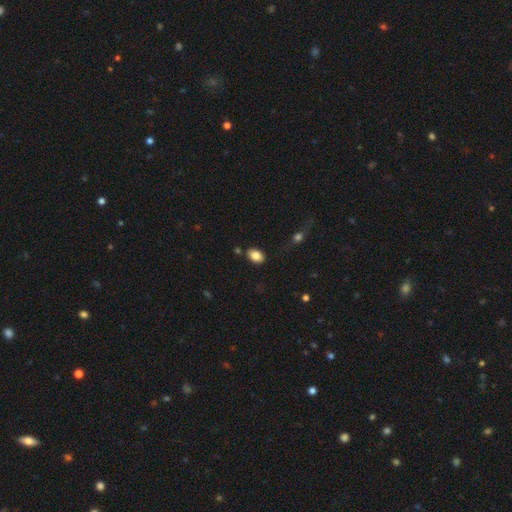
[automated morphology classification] Smooth or featured? smooth (84%)
How rounded? in between (84%)
Merging? none (81%)